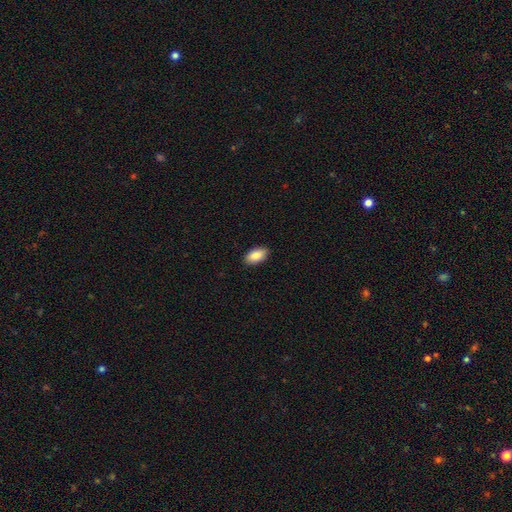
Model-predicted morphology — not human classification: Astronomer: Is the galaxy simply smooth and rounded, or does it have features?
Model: smooth — 86%.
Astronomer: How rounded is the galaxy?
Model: in between — 93%.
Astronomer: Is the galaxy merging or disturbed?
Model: none — 89%.